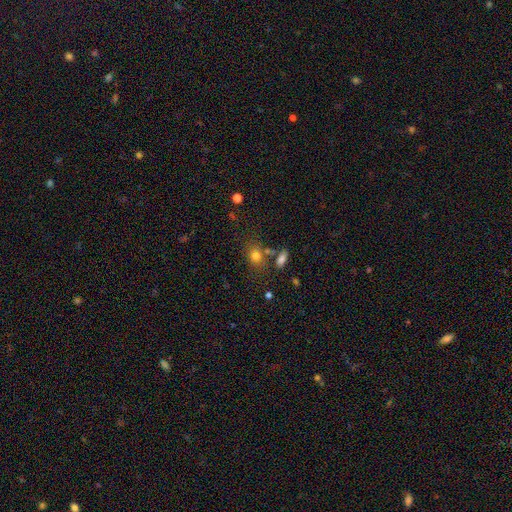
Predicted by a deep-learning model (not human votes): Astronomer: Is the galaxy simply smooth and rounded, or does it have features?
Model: smooth — 78%.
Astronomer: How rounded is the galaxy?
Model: in between — 52% (runner-up: round, 47%).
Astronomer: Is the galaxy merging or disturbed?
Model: none — 67%.